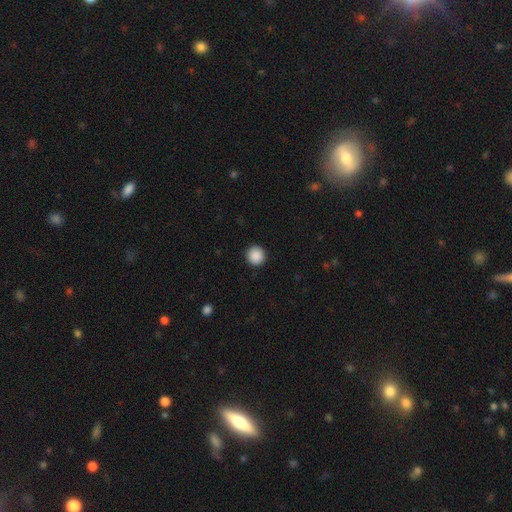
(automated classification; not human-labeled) This is clearly a smooth galaxy (89%). How rounded: clearly round (96%). Merging: clearly none (93%).